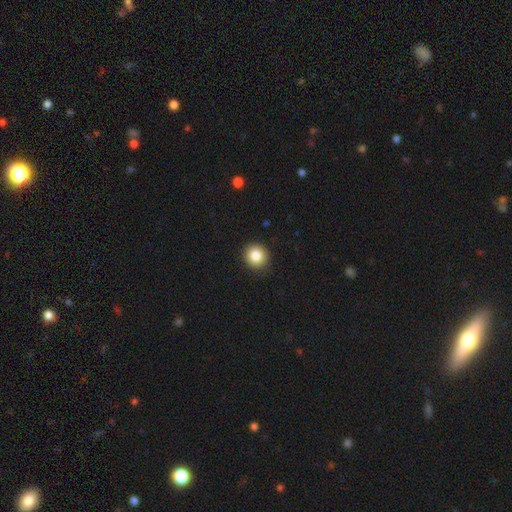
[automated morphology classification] smooth_or_featured: smooth (p=0.84) [alt: star or artifact p=0.09]
how_rounded: round (p=0.87) [alt: in between p=0.12]
merging: none (p=0.91) [alt: minor disturbance p=0.07]